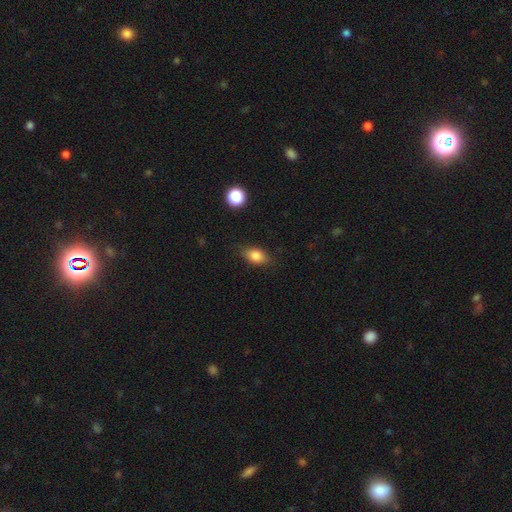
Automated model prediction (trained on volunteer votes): Smooth or featured: smooth — 82% (featured or disk — 9%)
How rounded: in between — 83% (round — 13%)
Merging: none — 82% (minor disturbance — 14%)